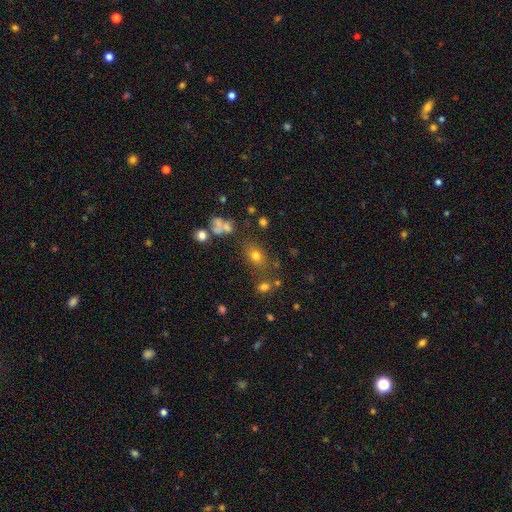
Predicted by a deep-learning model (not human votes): A smooth galaxy with no disk features (69%) that is in between round and cigar-shaped (57%).

Vote fractions:
- Smooth or featured? smooth: 69% / star or artifact: 18% / featured or disk: 13%
- How rounded? in between: 57% / round: 41% / cigar-shaped: 2%
- Merging? none: 69% / minor disturbance: 14% / merger: 11% / major disturbance: 7%